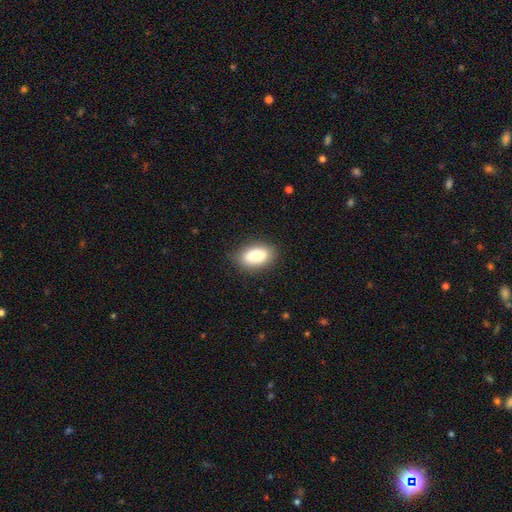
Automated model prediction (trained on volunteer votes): Smooth or featured? smooth (87%)
How rounded? in between (91%)
Merging? none (83%)